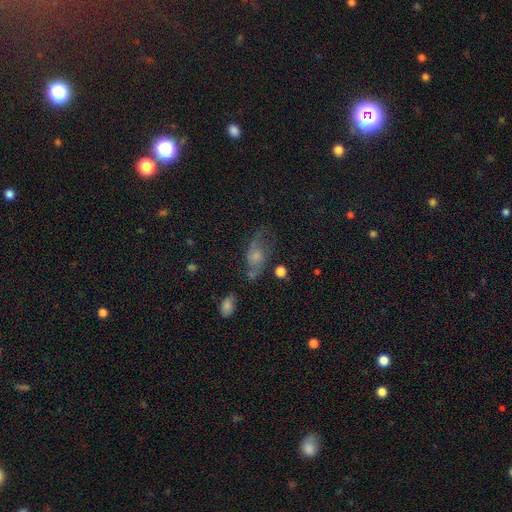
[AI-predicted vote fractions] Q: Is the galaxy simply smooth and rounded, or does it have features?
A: featured or disk — 48%.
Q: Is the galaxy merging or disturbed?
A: none — 42%.